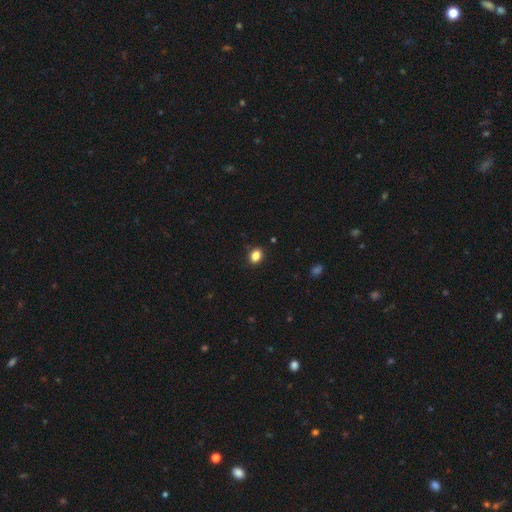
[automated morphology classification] smooth_or_featured: smooth (p=0.85) [alt: star or artifact p=0.11]
how_rounded: in between (p=0.62) [alt: round p=0.37]
merging: none (p=0.88) [alt: minor disturbance p=0.09]